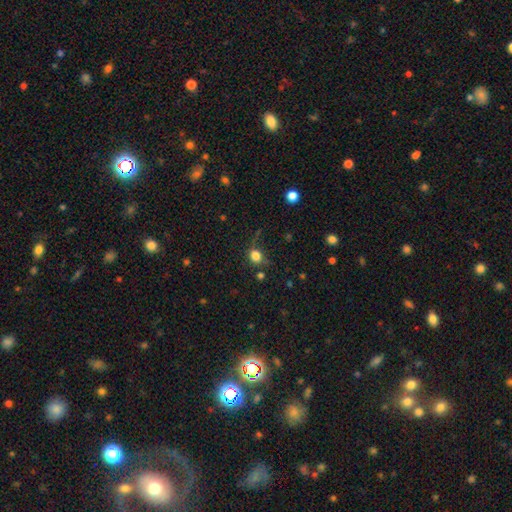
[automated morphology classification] Smooth or featured? Predicted: smooth (p=0.81). How rounded? Predicted: round (p=0.68). Merging? Predicted: none (p=0.67).